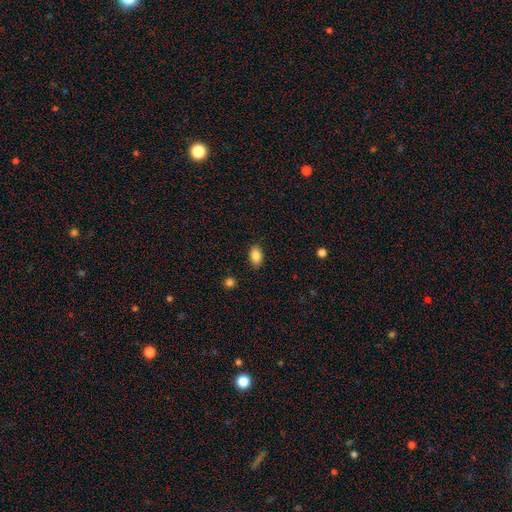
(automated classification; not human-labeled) smooth-or-featured: smooth: 86% | star or artifact: 8% | featured or disk: 6%
  how-rounded: in between: 88% | round: 10% | cigar-shaped: 2%
  merging: none: 87% | minor disturbance: 9% | major disturbance: 2% | merger: 1%